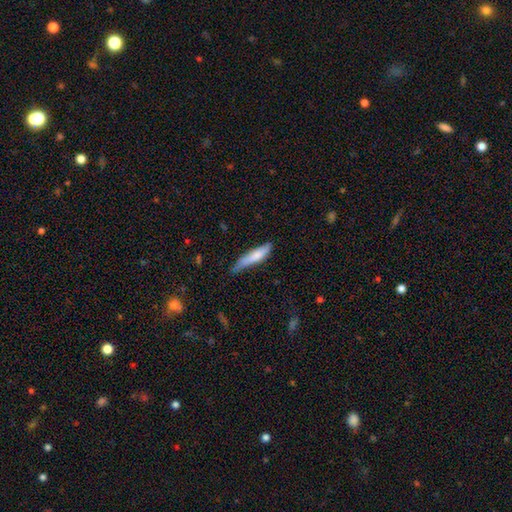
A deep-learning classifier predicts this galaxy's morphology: Smooth or featured?
  - smooth: 76% *
  - featured or disk: 18%
  - star or artifact: 6%
How rounded?
  - cigar-shaped: 75% *
  - in between: 23%
  - round: 2%
Merging?
  - none: 46% *
  - minor disturbance: 41%
  - major disturbance: 11%
  - merger: 3%